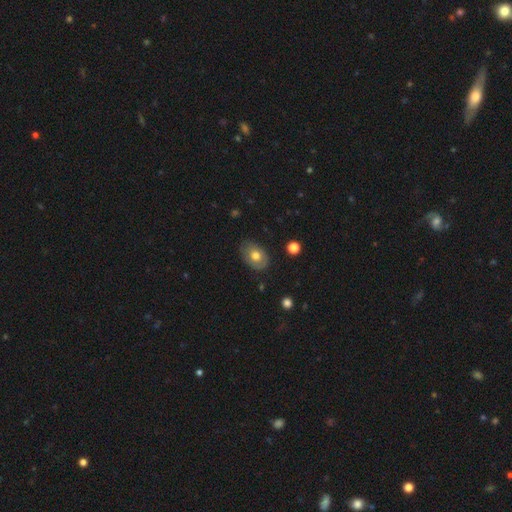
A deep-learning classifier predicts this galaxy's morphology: Smooth or featured: smooth — 65% (featured or disk — 28%)
How rounded: in between — 80% (round — 19%)
Merging: none — 75% (minor disturbance — 19%)